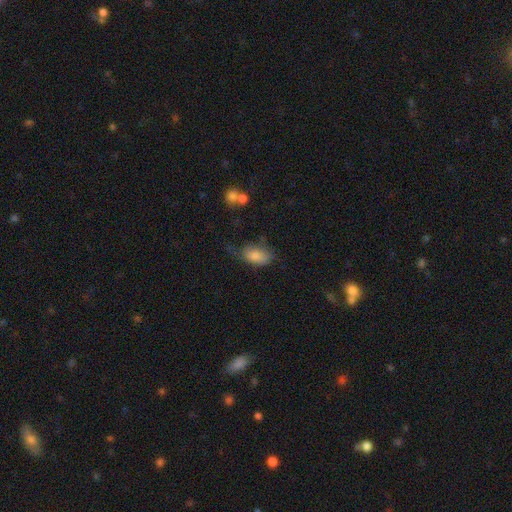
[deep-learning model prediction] Overall: smooth (81%). How rounded: in between (91%). Merging: none (45%; minor disturbance 33%).